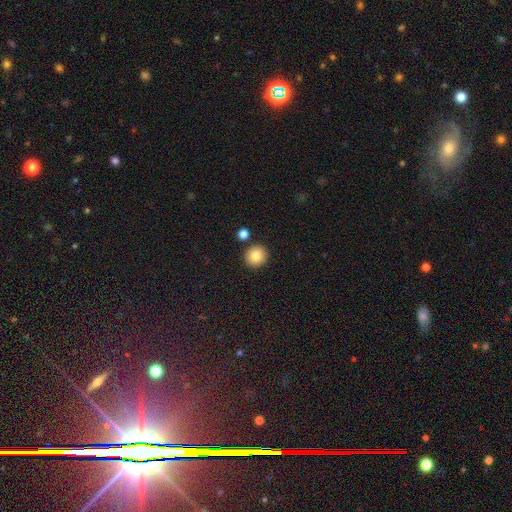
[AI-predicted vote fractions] smooth-or-featured: smooth: 84% | star or artifact: 10% | featured or disk: 6%
  how-rounded: round: 91% | in between: 8% | cigar-shaped: 1%
  merging: none: 87% | minor disturbance: 6% | merger: 5% | major disturbance: 2%